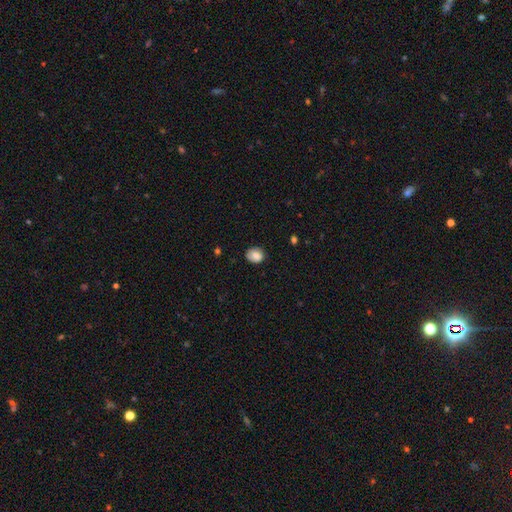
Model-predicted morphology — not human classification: Smooth or featured? smooth (82%)
How rounded? round (57%)
Merging? none (73%)